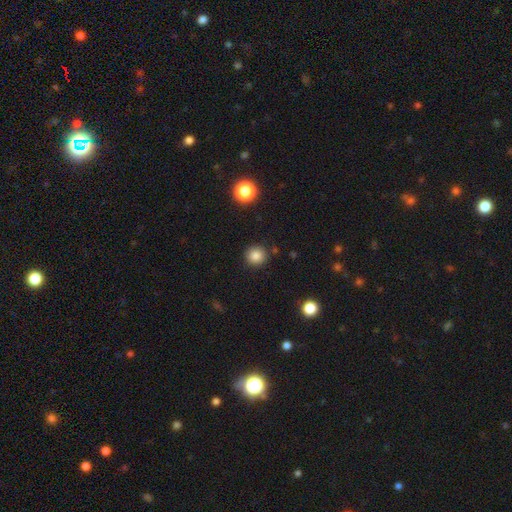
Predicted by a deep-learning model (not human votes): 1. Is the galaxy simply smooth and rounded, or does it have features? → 84% smooth, 11% star or artifact, 5% featured or disk.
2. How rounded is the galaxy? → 93% round, 6% in between, 1% cigar-shaped.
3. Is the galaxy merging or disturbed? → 89% none, 7% minor disturbance, 2% major disturbance, 2% merger.